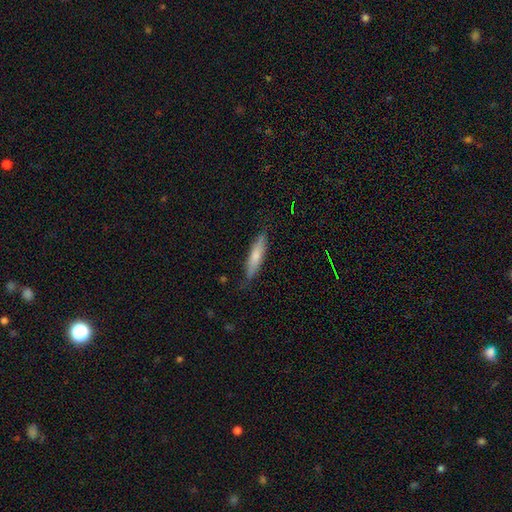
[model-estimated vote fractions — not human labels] This appears to be a smooth galaxy with no disk features (67%) that is cigar-shaped (80%). Merging: none (81%).